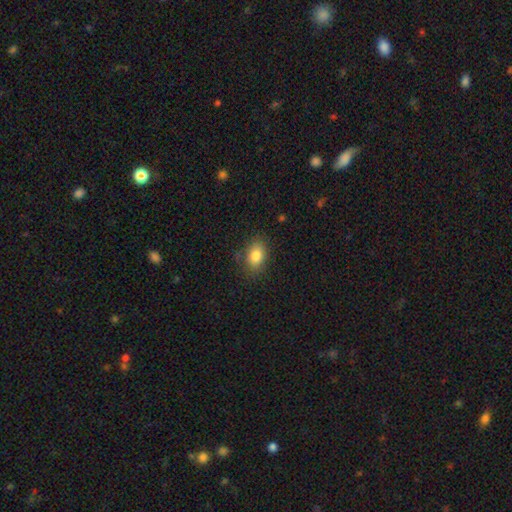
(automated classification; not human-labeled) Morphology: type=smooth (83%); roundness=in between (80%); merging=none (80%).